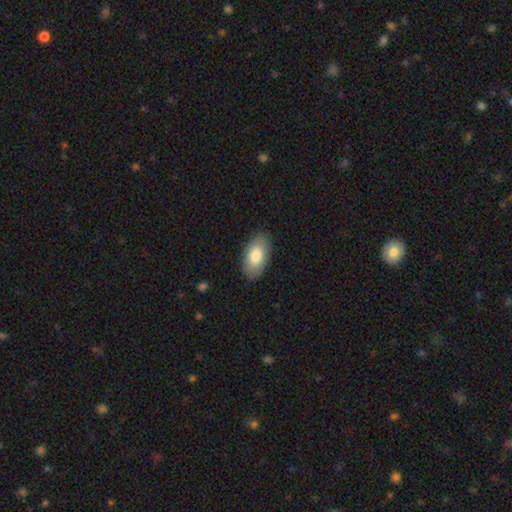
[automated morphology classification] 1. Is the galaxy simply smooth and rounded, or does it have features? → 81% smooth, 14% featured or disk, 5% star or artifact.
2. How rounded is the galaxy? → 95% in between, 3% round, 2% cigar-shaped.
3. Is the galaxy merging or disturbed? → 86% none, 11% minor disturbance, 2% major disturbance, 1% merger.